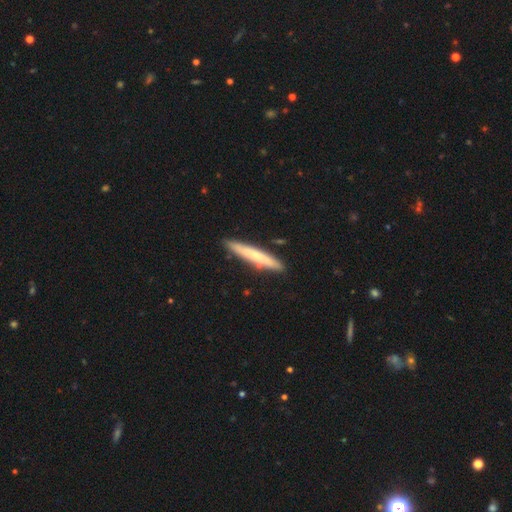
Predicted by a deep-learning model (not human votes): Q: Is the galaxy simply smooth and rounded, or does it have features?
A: smooth — 57%.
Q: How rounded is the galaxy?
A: cigar-shaped — 94%.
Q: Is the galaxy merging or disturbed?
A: none — 88%.